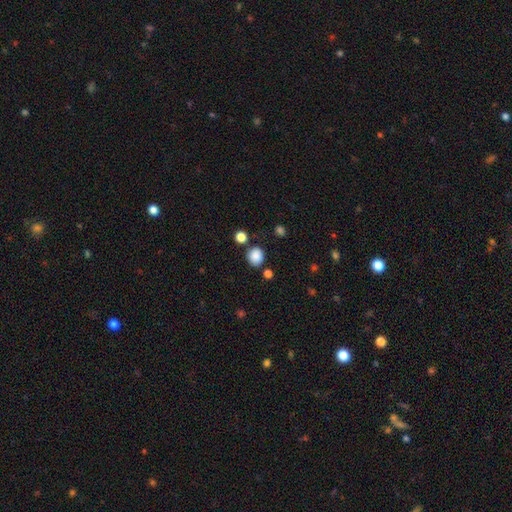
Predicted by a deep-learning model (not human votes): Smooth or featured?
  - smooth: 86% *
  - star or artifact: 10%
  - featured or disk: 4%
How rounded?
  - round: 81% *
  - in between: 18%
  - cigar-shaped: 1%
Merging?
  - none: 80% *
  - minor disturbance: 11%
  - merger: 6%
  - major disturbance: 4%